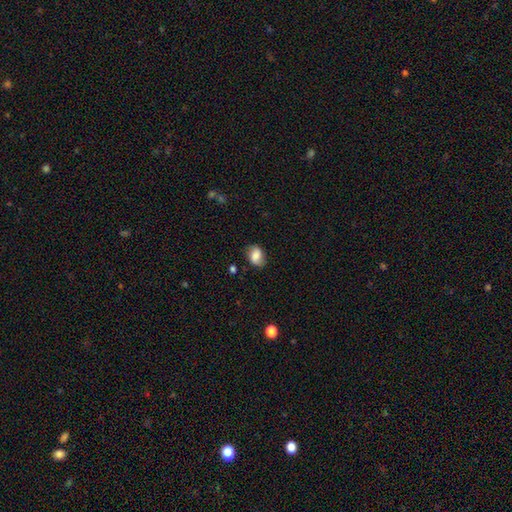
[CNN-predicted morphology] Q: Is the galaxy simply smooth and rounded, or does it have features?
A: smooth — 73%.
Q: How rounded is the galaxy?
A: in between — 72%.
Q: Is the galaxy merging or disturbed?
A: none — 73%.